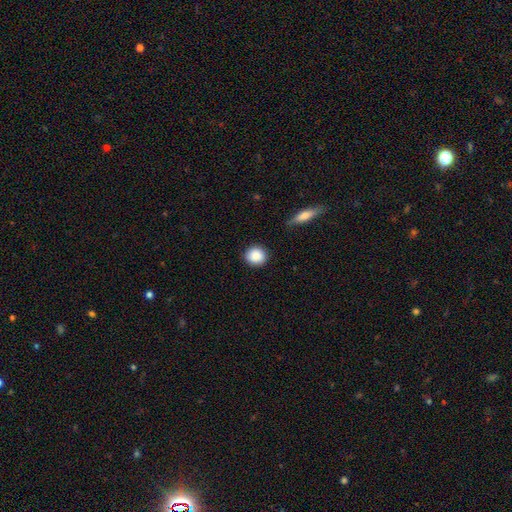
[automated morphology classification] This appears to be a smooth galaxy with no disk features (88%) that is round (90%). Merging: none (88%).